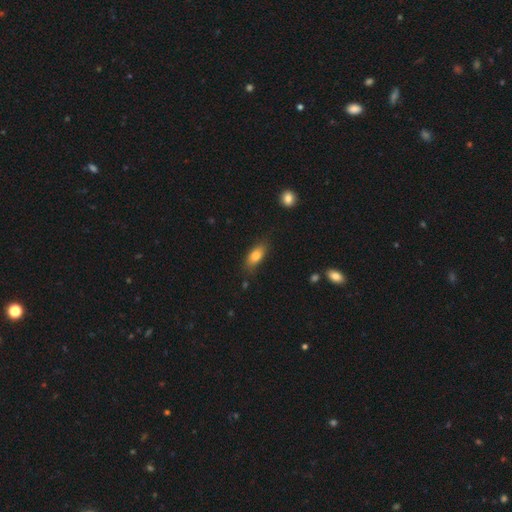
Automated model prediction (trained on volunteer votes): Smooth or featured?
  - smooth: 79% *
  - featured or disk: 13%
  - star or artifact: 8%
How rounded?
  - in between: 82% *
  - cigar-shaped: 13%
  - round: 4%
Merging?
  - none: 78% *
  - minor disturbance: 17%
  - major disturbance: 4%
  - merger: 2%